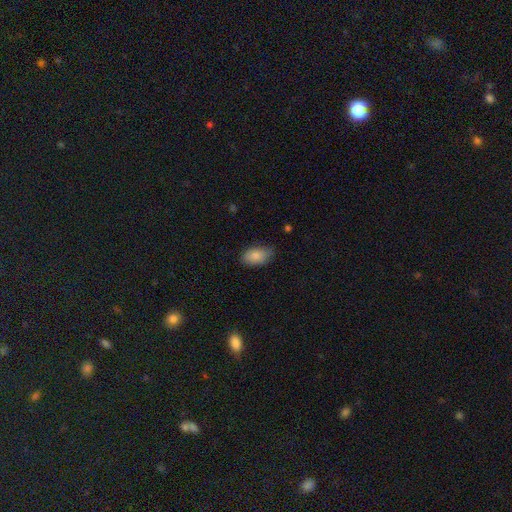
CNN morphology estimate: smooth-or-featured: smooth: 85% | featured or disk: 8% | star or artifact: 7%
  how-rounded: in between: 93% | round: 5% | cigar-shaped: 2%
  merging: none: 75% | minor disturbance: 21% | major disturbance: 4% | merger: 1%